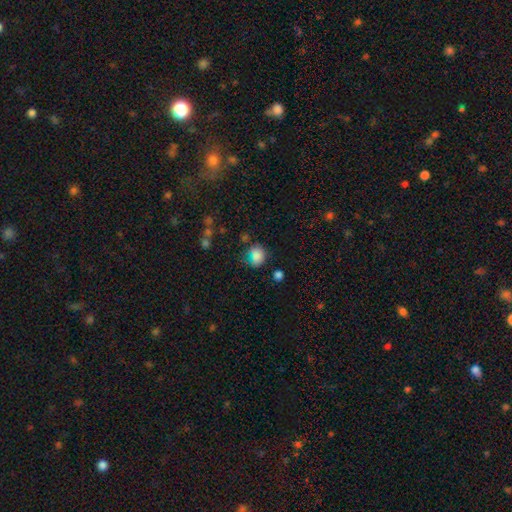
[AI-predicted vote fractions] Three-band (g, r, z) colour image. It shows a smooth galaxy with no disk features (78%) that is round (50%). Merging: none (50%).